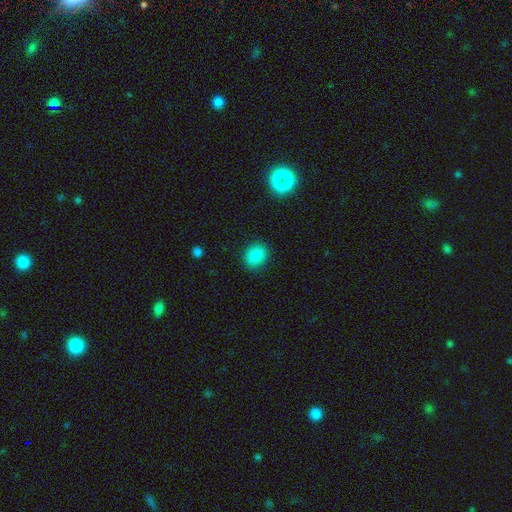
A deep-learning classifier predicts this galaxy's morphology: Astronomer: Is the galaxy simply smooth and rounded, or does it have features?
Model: smooth — 84%.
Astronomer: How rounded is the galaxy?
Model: round — 64%.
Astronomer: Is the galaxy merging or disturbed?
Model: none — 89%.